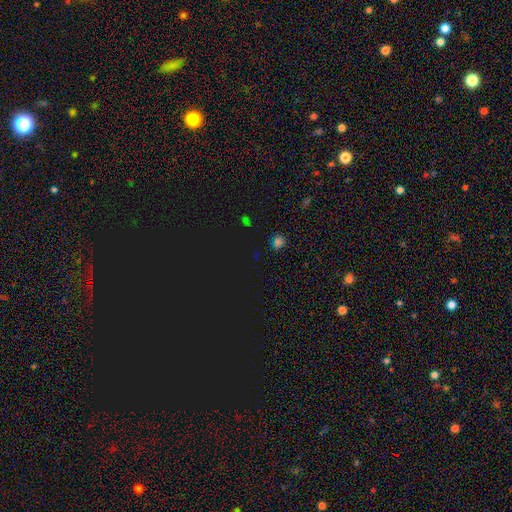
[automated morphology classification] type=star or artifact (67%).